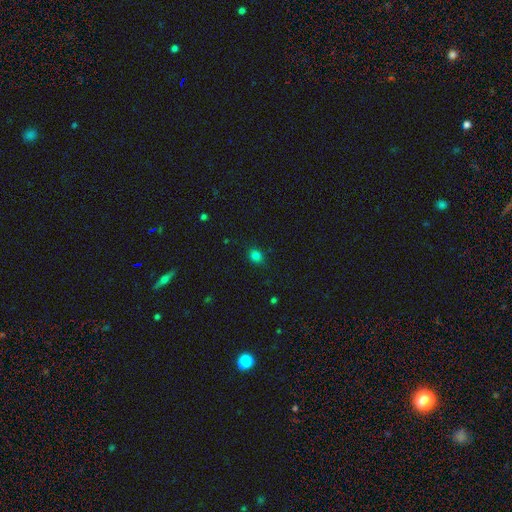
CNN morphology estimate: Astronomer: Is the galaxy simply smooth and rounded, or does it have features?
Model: smooth — 80%.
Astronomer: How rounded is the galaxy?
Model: round — 66%.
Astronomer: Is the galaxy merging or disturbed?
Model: none — 86%.